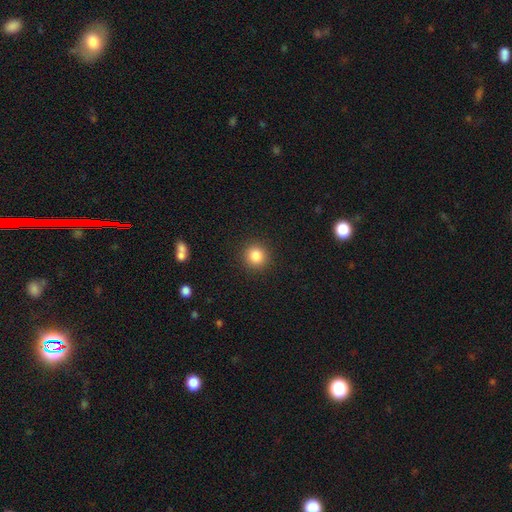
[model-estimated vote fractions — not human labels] This appears to be a smooth galaxy with no disk features (85%) that is round (92%). Merging: none (91%).